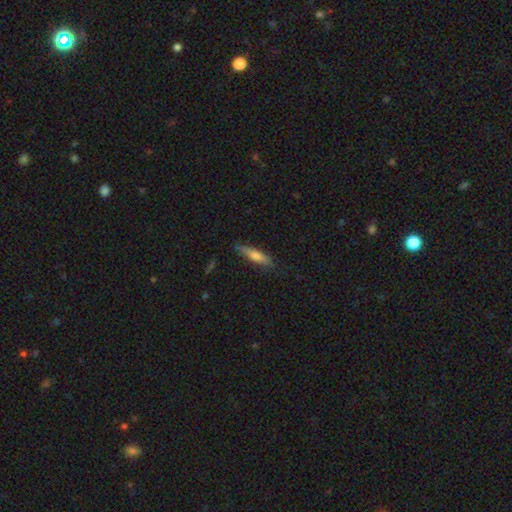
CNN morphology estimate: A smooth galaxy with no disk features (66%) that is cigar-shaped (78%).

Vote fractions:
- Smooth or featured? smooth: 66% / featured or disk: 28% / star or artifact: 6%
- How rounded? cigar-shaped: 78% / in between: 21% / round: 2%
- Merging? none: 78% / minor disturbance: 17% / major disturbance: 3% / merger: 1%